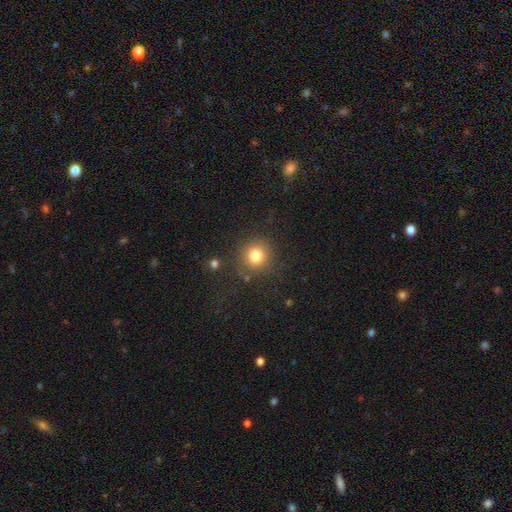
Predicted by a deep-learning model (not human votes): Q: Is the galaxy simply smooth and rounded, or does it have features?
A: smooth — 80%.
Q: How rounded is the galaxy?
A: round — 92%.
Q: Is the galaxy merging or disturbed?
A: none — 84%.